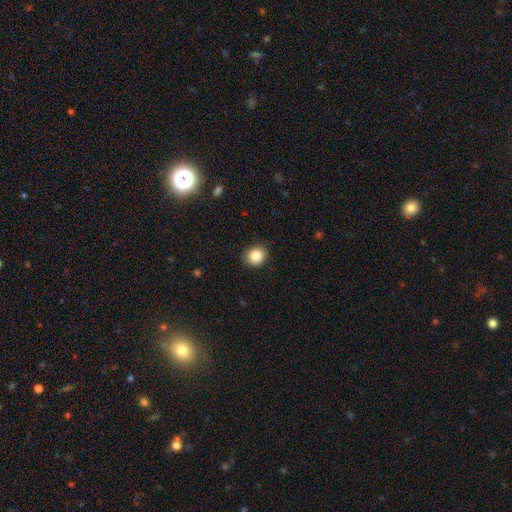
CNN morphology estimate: type=smooth (85%); roundness=round (82%); merging=none (88%).